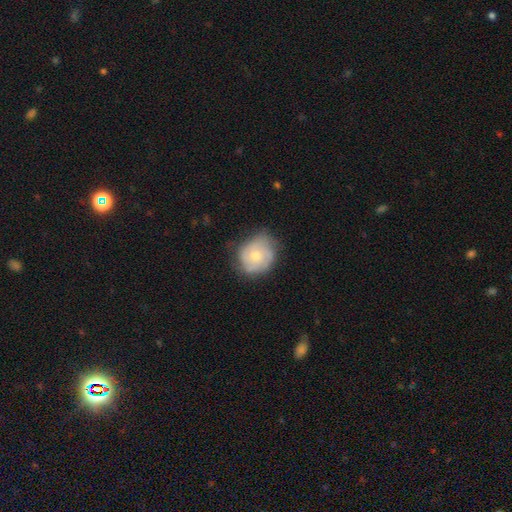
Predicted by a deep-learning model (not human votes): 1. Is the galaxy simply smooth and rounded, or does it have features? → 48% featured or disk, 45% smooth, 7% star or artifact.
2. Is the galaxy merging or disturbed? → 56% none, 32% minor disturbance, 10% major disturbance, 2% merger.